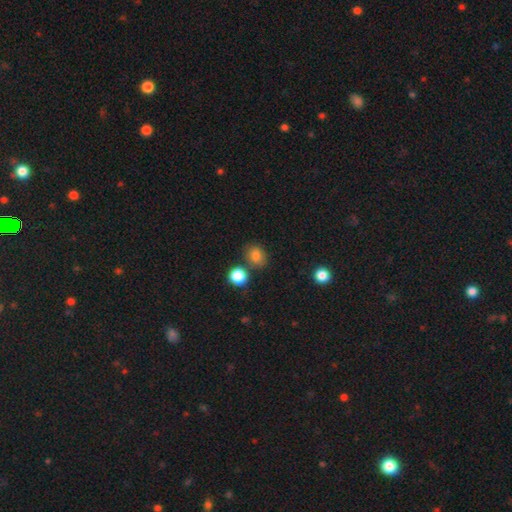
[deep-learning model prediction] smooth 80%, star or artifact 13%, featured or disk 7%. Down the decision tree: how rounded — round (56%); merging — none (73%).